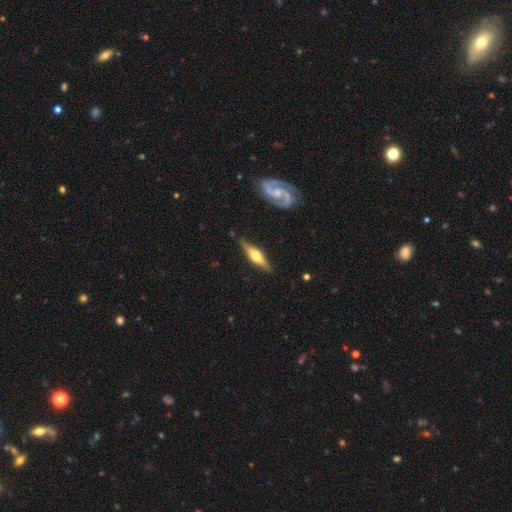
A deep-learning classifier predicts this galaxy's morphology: The model was most divided on "smooth or featured": featured or disk: 60%, smooth: 35%, star or artifact: 5%. More confident: edge-on bulge — rounded (90%); edge-on disk — yes (89%); merging — none (83%).